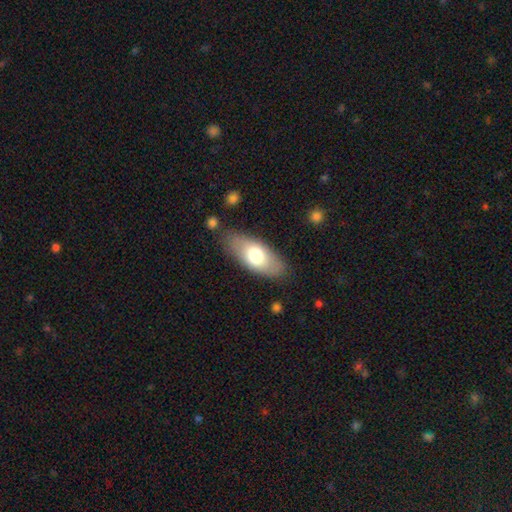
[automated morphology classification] smooth_or_featured: smooth (p=0.69) [alt: featured or disk p=0.25]
how_rounded: in between (p=0.86) [alt: cigar-shaped p=0.11]
merging: none (p=0.82) [alt: minor disturbance p=0.12]